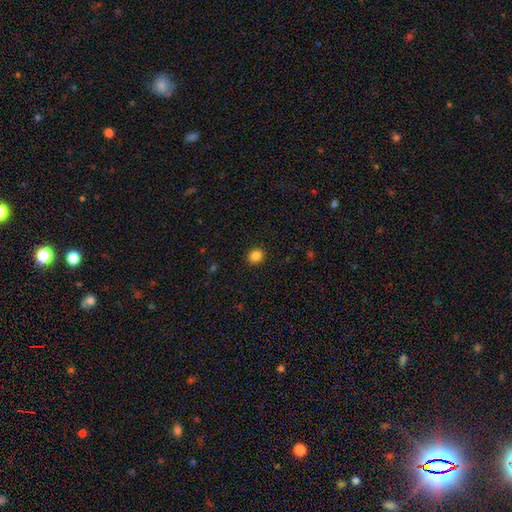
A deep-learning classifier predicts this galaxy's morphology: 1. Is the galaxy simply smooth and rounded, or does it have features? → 86% smooth, 11% star or artifact, 4% featured or disk.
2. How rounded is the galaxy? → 65% round, 34% in between, 1% cigar-shaped.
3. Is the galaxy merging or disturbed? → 90% none, 7% minor disturbance, 2% major disturbance, 1% merger.